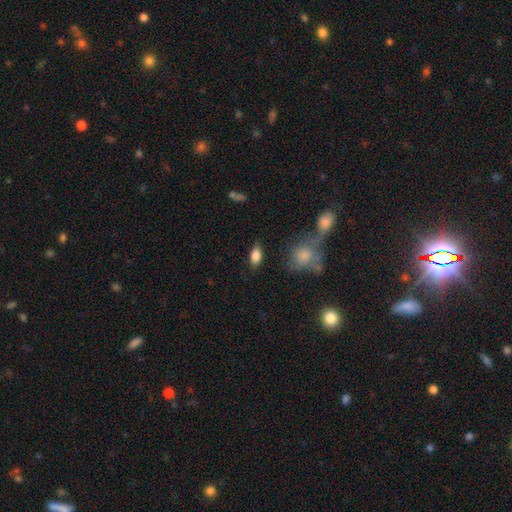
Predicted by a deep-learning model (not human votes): The model was most divided on "merging": none: 82%, minor disturbance: 12%, major disturbance: 3%, merger: 3%. More confident: how rounded — in between (88%); smooth or featured — smooth (82%).